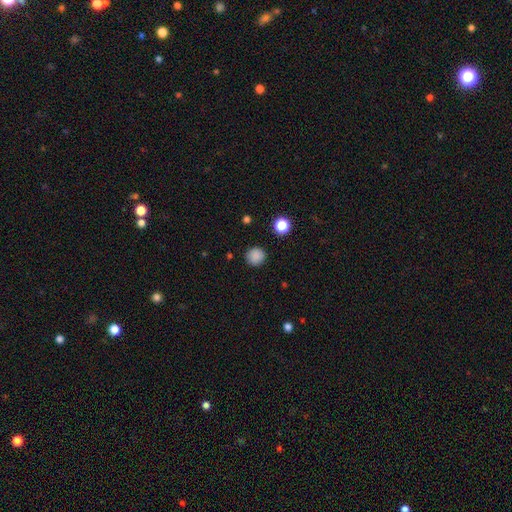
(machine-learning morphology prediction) This appears to be a smooth galaxy with no disk features (85%) that is round (92%). Merging: none (87%).